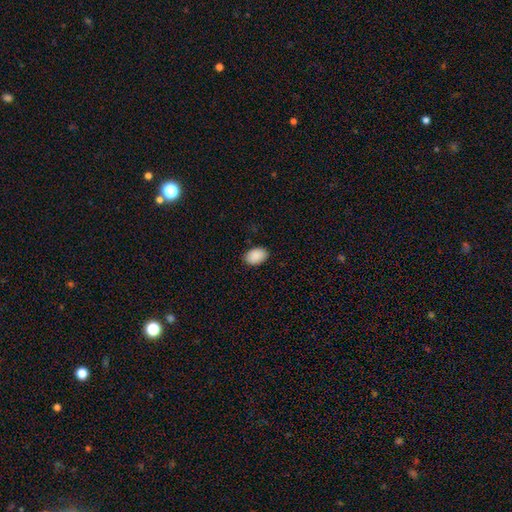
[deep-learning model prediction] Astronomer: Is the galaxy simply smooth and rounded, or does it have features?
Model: smooth — 91%.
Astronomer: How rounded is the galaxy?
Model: in between — 86%.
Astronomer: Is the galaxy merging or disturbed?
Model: none — 87%.